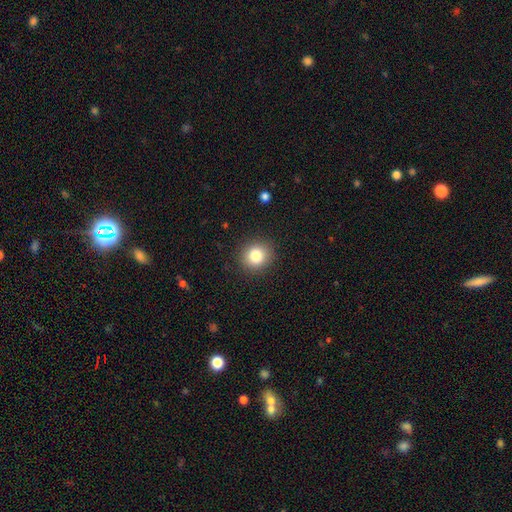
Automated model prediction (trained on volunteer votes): This is clearly a smooth galaxy (83%). How rounded: clearly round (83%). Merging: clearly none (89%).